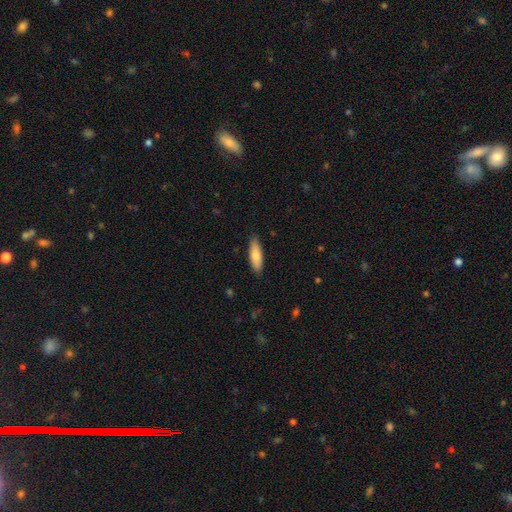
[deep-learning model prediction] The model was most divided on "how rounded": cigar-shaped: 50%, in between: 49%, round: 2%. More confident: merging — none (87%); smooth or featured — smooth (77%).